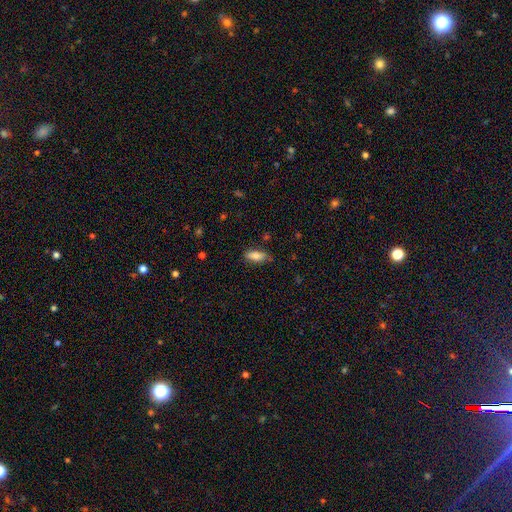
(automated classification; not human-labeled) Smooth or featured? Predicted: smooth (p=0.79). How rounded? Predicted: in between (p=0.77). Merging? Predicted: none (p=0.80).